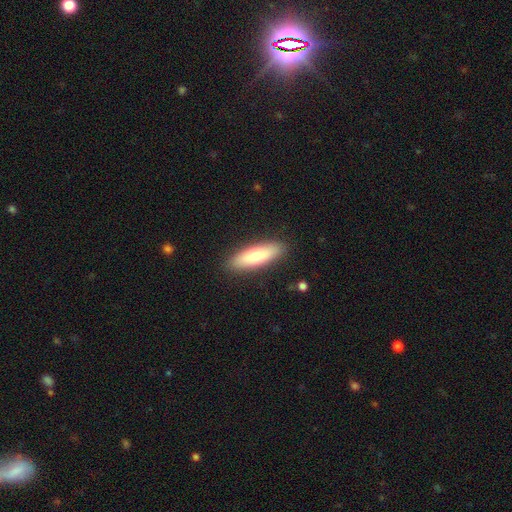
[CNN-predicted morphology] smooth-or-featured: smooth: 72% | featured or disk: 22% | star or artifact: 6%
  how-rounded: cigar-shaped: 51% | in between: 47% | round: 2%
  merging: none: 89% | minor disturbance: 8% | major disturbance: 2% | merger: 1%